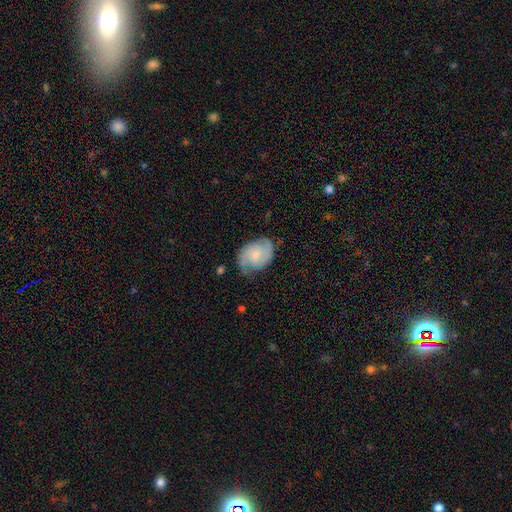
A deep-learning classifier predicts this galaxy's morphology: Smooth or featured?
  - featured or disk: 72% *
  - smooth: 22%
  - star or artifact: 6%
Edge-on disk?
  - no: 98% *
  - yes: 2%
Bar?
  - no: 62% *
  - weak: 33%
  - strong: 5%
Spiral arms?
  - yes: 95% *
  - no: 5%
Spiral winding?
  - medium: 45% *
  - tight: 39%
  - loose: 16%
Spiral arm count?
  - 2: 86% *
  - can't tell: 7%
  - 1: 3%
  - 3: 2%
  - 4: 1%
  - more than 4: 1%
Bulge size?
  - small: 43% *
  - moderate: 31%
  - none: 19%
  - large: 6%
  - dominant: 2%
Merging?
  - none: 71% *
  - minor disturbance: 21%
  - major disturbance: 6%
  - merger: 1%